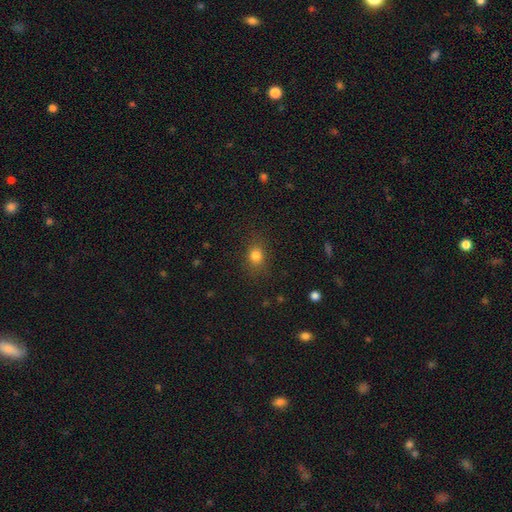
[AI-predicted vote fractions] Smooth or featured? Predicted: smooth (p=0.80). How rounded? Predicted: round (p=0.58). Merging? Predicted: none (p=0.83).